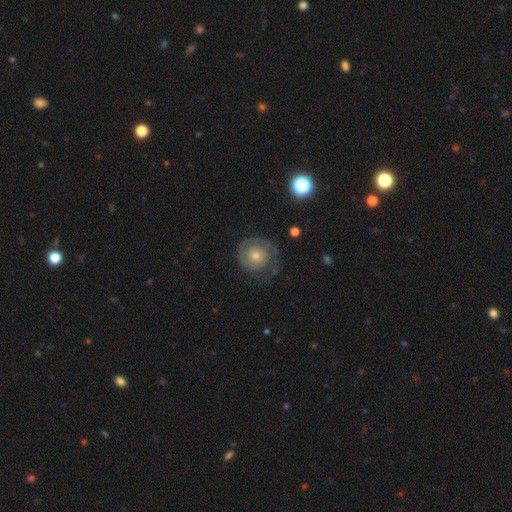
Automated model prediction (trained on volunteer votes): featured or disk 59%, smooth 35%, star or artifact 7%. Down the decision tree: edge-on disk — no (97%); bar — no (83%); spiral arms — yes (76%); bulge size — moderate (47%); merging — none (62%).